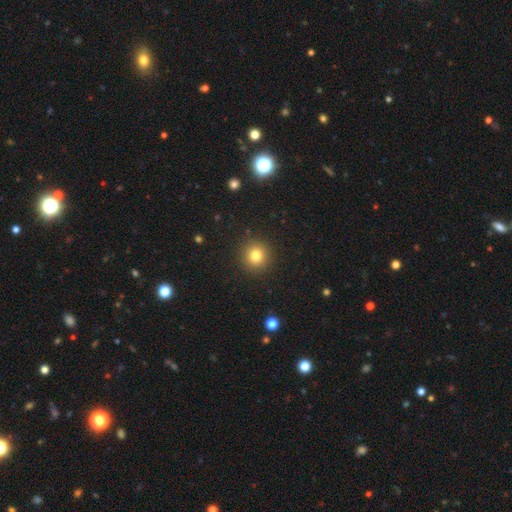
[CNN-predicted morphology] A smooth galaxy with no disk features (80%) that is round (93%).

Vote fractions:
- Smooth or featured? smooth: 80% / star or artifact: 13% / featured or disk: 7%
- How rounded? round: 93% / in between: 6% / cigar-shaped: 1%
- Merging? none: 91% / minor disturbance: 6% / major disturbance: 2% / merger: 1%